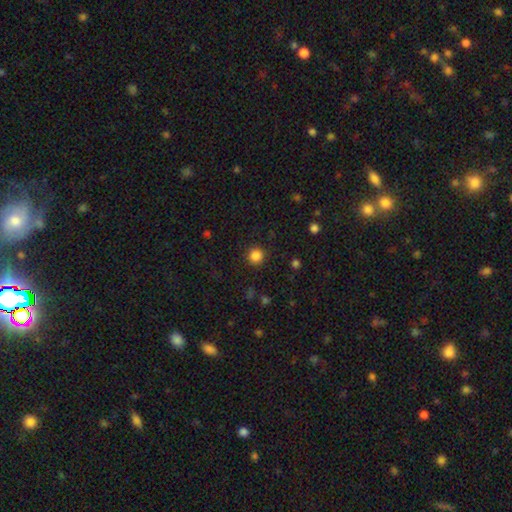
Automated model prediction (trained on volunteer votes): A smooth galaxy with no disk features (85%) that is round (94%). Merging: none (90%).